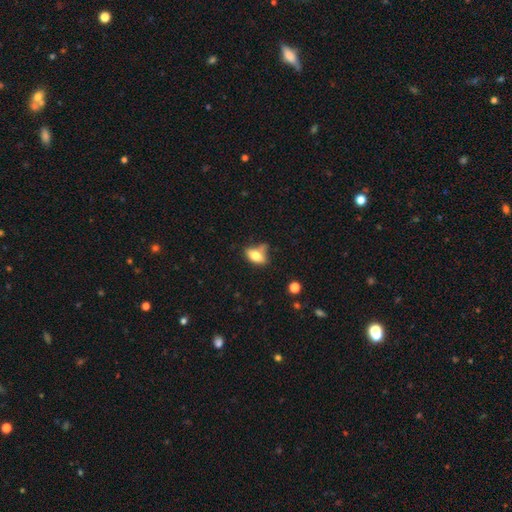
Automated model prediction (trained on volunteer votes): Smooth or featured: smooth — 72% (featured or disk — 19%)
How rounded: in between — 85% (round — 9%)
Merging: none — 43% (minor disturbance — 30%)